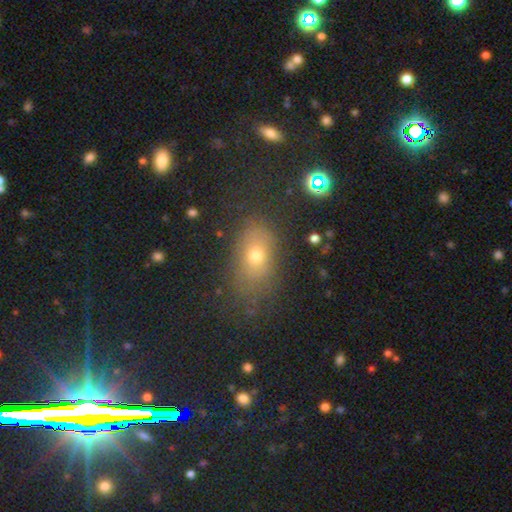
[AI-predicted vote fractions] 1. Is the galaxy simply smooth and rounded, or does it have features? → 68% smooth, 16% featured or disk, 15% star or artifact.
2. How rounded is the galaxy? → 80% in between, 17% round, 3% cigar-shaped.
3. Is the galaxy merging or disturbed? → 71% none, 17% minor disturbance, 9% major disturbance, 2% merger.